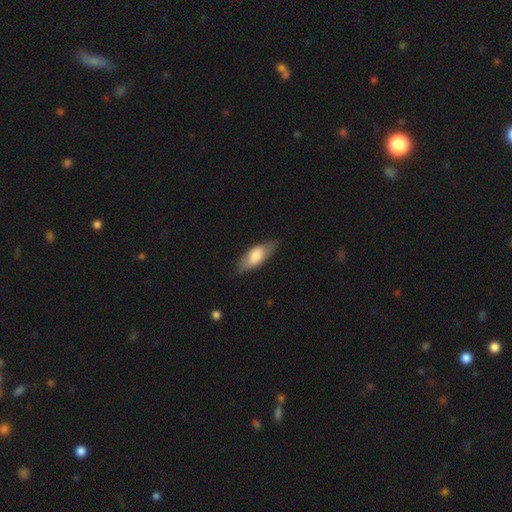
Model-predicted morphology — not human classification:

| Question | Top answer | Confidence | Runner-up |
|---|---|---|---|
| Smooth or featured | smooth | 66% | featured or disk (28%) |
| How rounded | in between | 75% | cigar-shaped (22%) |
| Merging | none | 78% | minor disturbance (17%) |